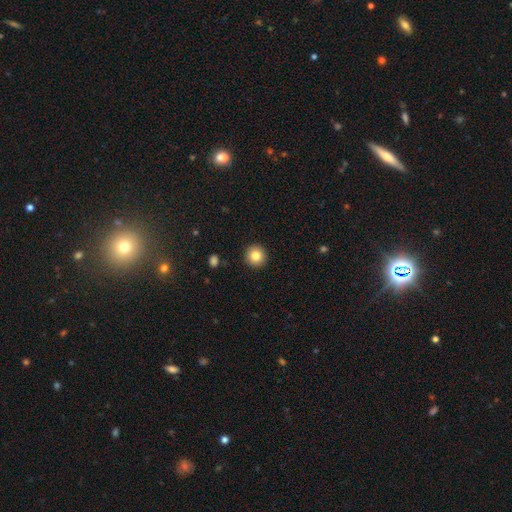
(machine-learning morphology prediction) The model was most divided on "smooth or featured": smooth: 84%, star or artifact: 9%, featured or disk: 7%. More confident: how rounded — round (95%); merging — none (92%).